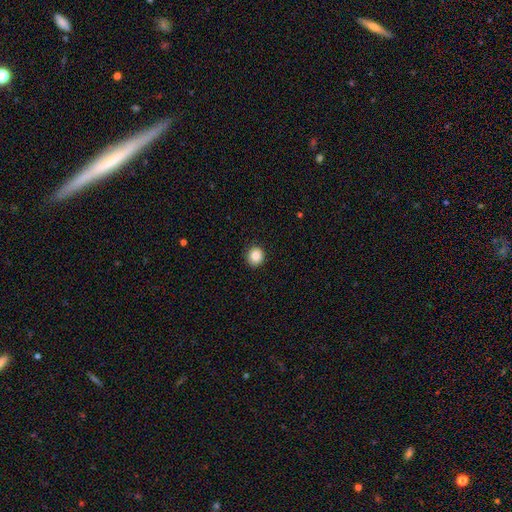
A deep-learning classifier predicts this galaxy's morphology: smooth 87%, star or artifact 9%, featured or disk 4%. Down the decision tree: how rounded — round (87%); merging — none (91%).